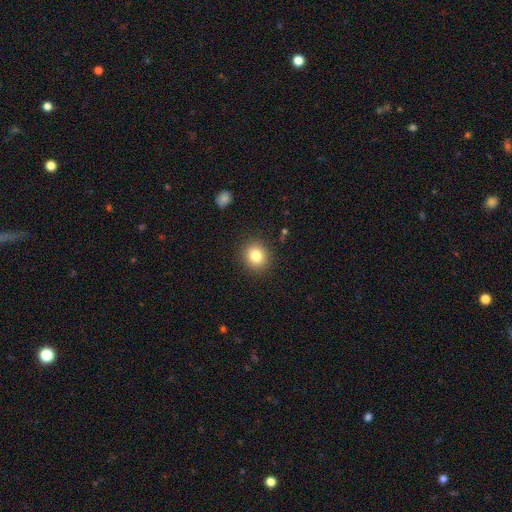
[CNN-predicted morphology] The model was most divided on "how rounded": round: 79%, in between: 20%, cigar-shaped: 1%. More confident: merging — none (89%); smooth or featured — smooth (82%).